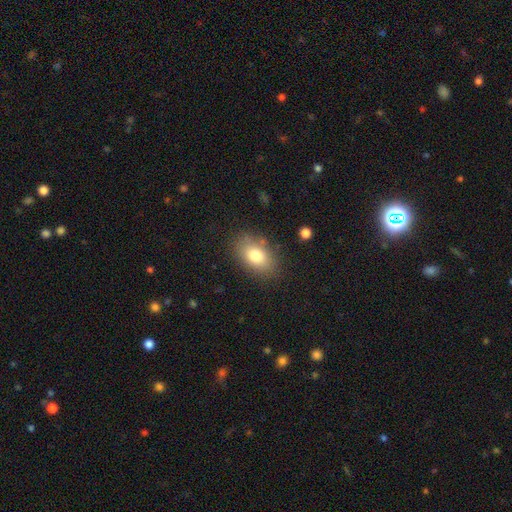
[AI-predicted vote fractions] Smooth or featured?
  - smooth: 79% *
  - featured or disk: 13%
  - star or artifact: 9%
How rounded?
  - in between: 88% *
  - round: 11%
  - cigar-shaped: 2%
Merging?
  - none: 80% *
  - minor disturbance: 13%
  - major disturbance: 4%
  - merger: 2%